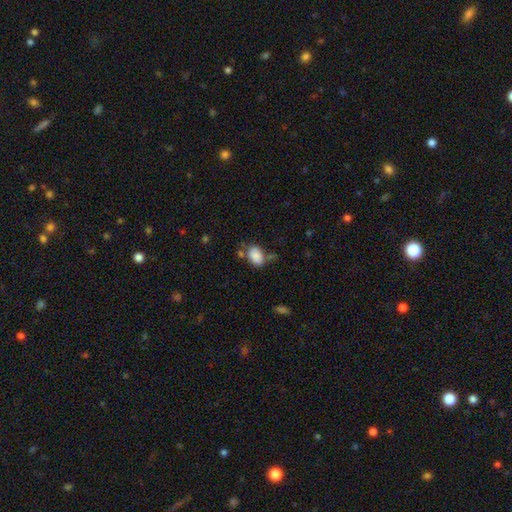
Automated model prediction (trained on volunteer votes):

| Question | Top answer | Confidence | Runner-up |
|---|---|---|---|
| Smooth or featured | smooth | 85% | star or artifact (8%) |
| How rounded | in between | 84% | round (15%) |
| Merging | none | 55% | minor disturbance (22%) |